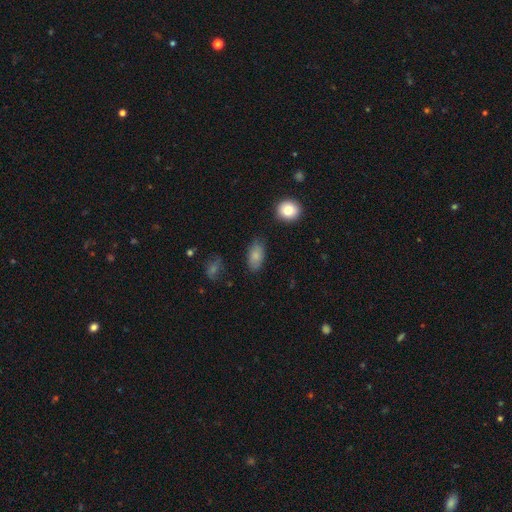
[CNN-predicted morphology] Smooth or featured? smooth (82%)
How rounded? in between (92%)
Merging? none (77%)